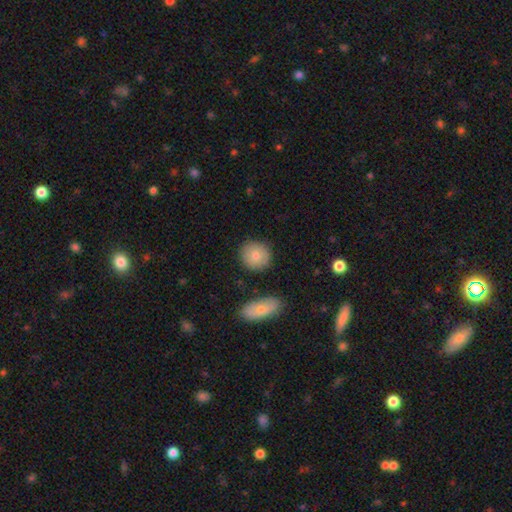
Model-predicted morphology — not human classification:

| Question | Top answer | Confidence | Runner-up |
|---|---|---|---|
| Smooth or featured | smooth | 83% | featured or disk (11%) |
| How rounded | round | 86% | in between (12%) |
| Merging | none | 85% | minor disturbance (9%) |